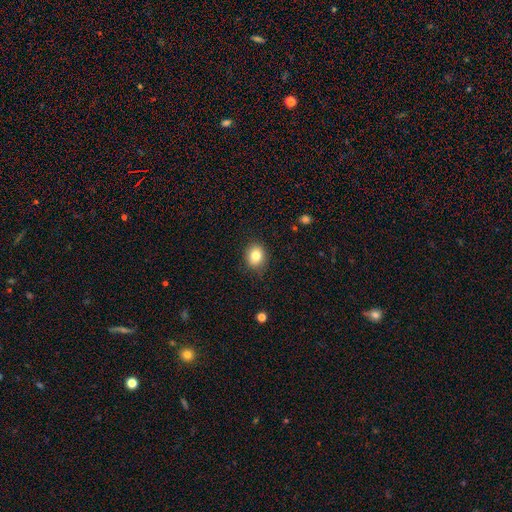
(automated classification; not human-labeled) Smooth or featured?
  - smooth: 82% *
  - star or artifact: 10%
  - featured or disk: 8%
How rounded?
  - round: 61% *
  - in between: 38%
  - cigar-shaped: 1%
Merging?
  - none: 83% *
  - minor disturbance: 13%
  - major disturbance: 3%
  - merger: 1%